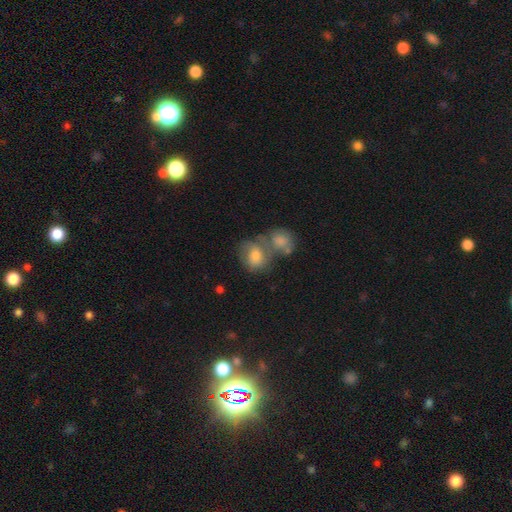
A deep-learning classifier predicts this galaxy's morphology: Smooth or featured?
  - smooth: 62% *
  - featured or disk: 29%
  - star or artifact: 9%
How rounded?
  - round: 58% *
  - in between: 40%
  - cigar-shaped: 1%
Merging?
  - merger: 53% *
  - none: 28%
  - minor disturbance: 11%
  - major disturbance: 7%